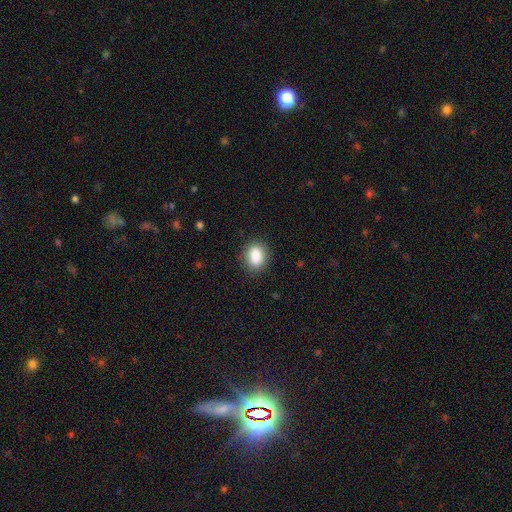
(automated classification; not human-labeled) Morphology: type=smooth (87%); roundness=in between (67%); merging=none (85%).